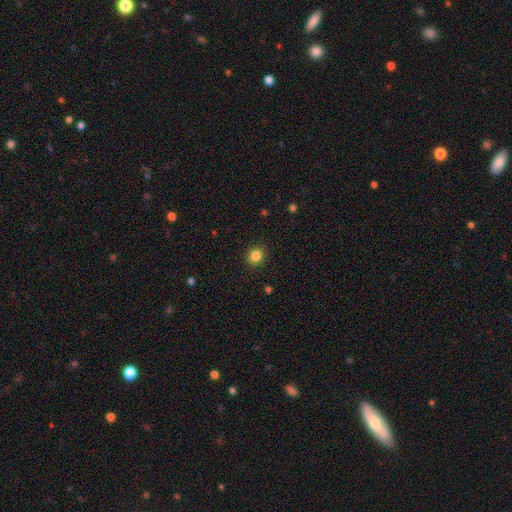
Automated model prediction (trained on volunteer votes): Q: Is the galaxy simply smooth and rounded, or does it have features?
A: smooth — 84%.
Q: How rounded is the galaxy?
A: round — 78%.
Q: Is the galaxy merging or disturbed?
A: none — 91%.